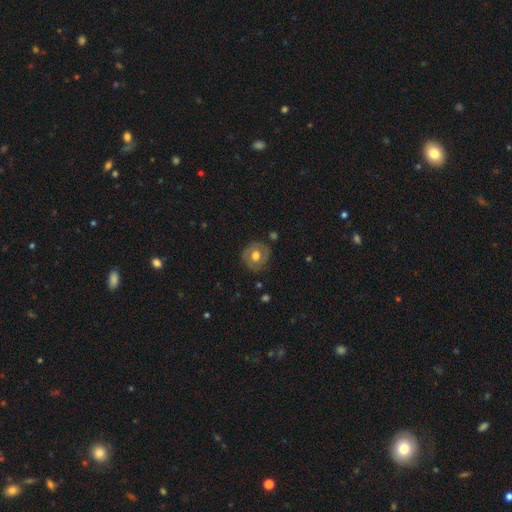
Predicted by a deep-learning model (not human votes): smooth 52%, featured or disk 41%, star or artifact 7%. Down the decision tree: how rounded — round (87%); merging — none (83%).